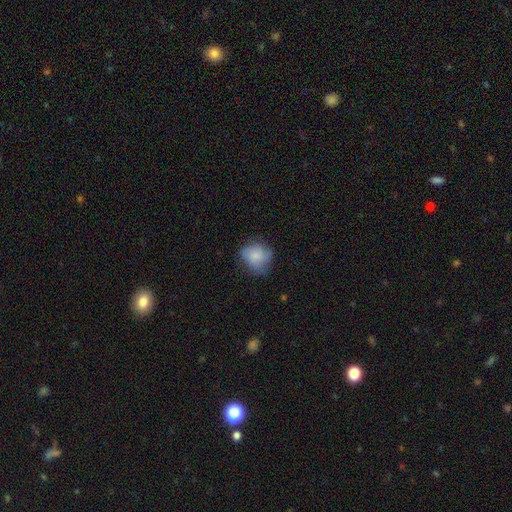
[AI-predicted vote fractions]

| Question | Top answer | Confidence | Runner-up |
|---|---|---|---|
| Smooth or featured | smooth | 73% | featured or disk (19%) |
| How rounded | round | 72% | in between (27%) |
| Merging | none | 61% | minor disturbance (28%) |